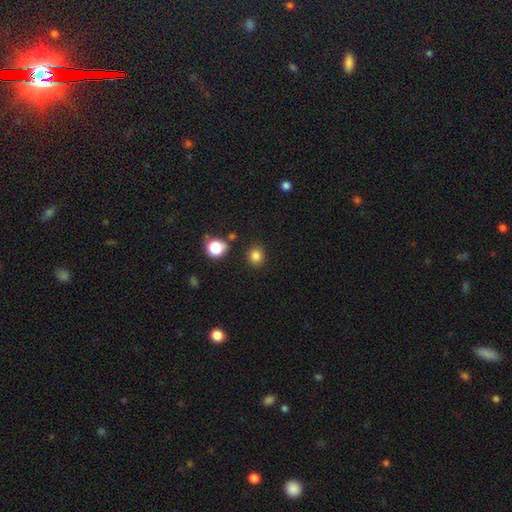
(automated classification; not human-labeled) Smooth or featured? Predicted: smooth (p=0.83). How rounded? Predicted: round (p=0.86). Merging? Predicted: none (p=0.87).